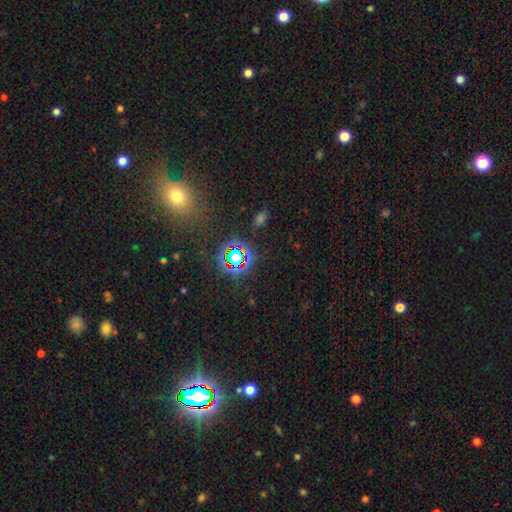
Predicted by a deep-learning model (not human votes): Morphology: type=star or artifact (74%).